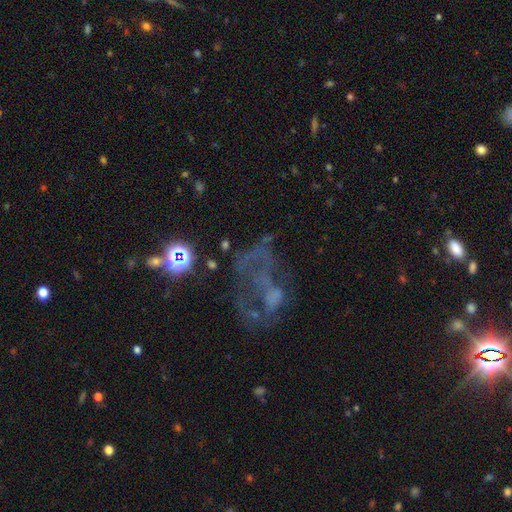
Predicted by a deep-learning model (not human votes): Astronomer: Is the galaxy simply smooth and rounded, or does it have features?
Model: featured or disk — 48% (runner-up: star or artifact, 33%).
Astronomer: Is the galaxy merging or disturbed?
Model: major disturbance — 42% (runner-up: none, 32%).